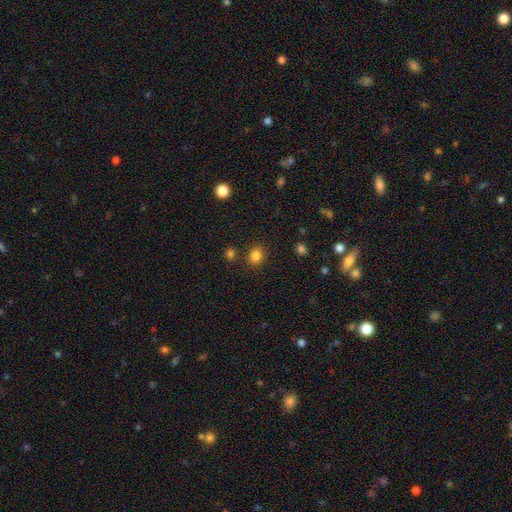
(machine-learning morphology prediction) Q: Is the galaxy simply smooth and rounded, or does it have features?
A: smooth — 83%.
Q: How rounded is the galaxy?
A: round — 64%.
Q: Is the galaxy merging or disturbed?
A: none — 83%.